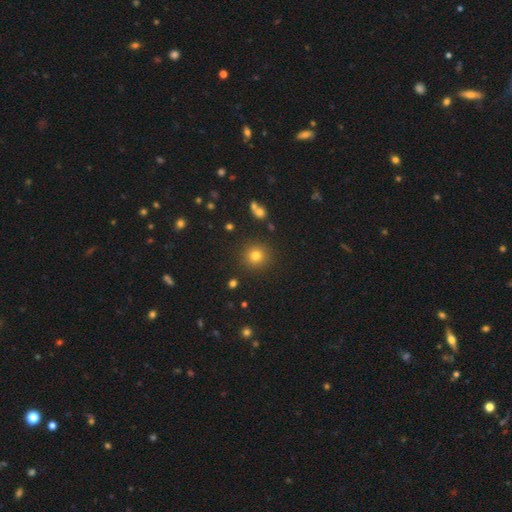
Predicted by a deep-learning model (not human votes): smooth-or-featured: smooth: 79% | star or artifact: 15% | featured or disk: 7%
  how-rounded: round: 91% | in between: 8% | cigar-shaped: 1%
  merging: none: 89% | minor disturbance: 6% | major disturbance: 3% | merger: 2%